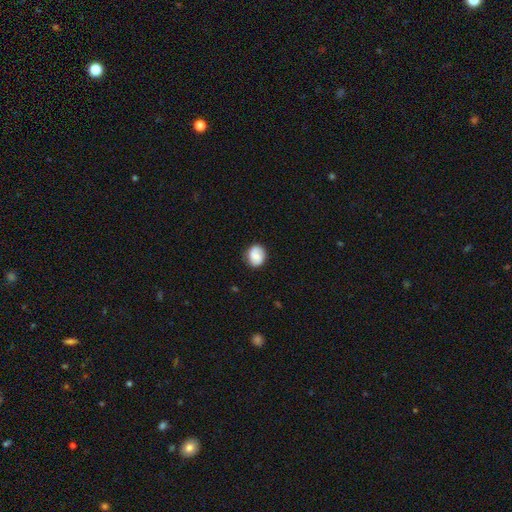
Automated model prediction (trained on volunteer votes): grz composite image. It shows a smooth galaxy with no disk features (69%) that is round (63%). Merging: none (82%).